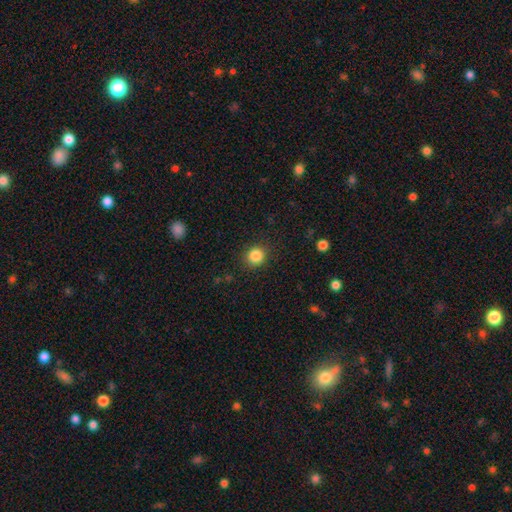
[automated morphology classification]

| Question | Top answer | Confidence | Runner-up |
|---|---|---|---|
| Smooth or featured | smooth | 85% | star or artifact (11%) |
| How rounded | round | 88% | in between (11%) |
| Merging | none | 88% | minor disturbance (8%) |